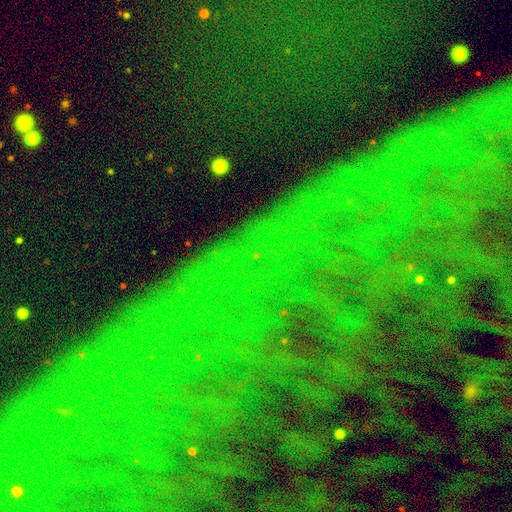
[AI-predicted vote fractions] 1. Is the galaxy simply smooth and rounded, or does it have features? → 83% star or artifact, 9% featured or disk, 8% smooth.